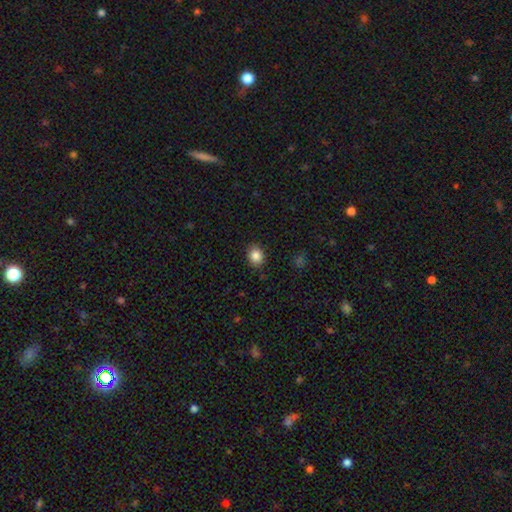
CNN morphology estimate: Smooth or featured? Predicted: smooth (p=0.86). How rounded? Predicted: round (p=0.52). Merging? Predicted: none (p=0.88).